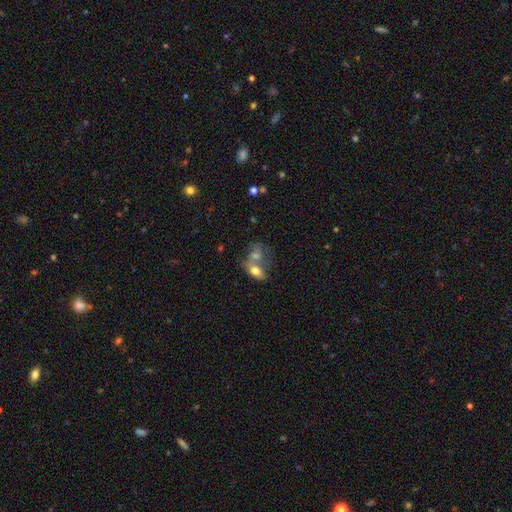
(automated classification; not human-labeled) Overall: smooth (58%; featured or disk 28%). How rounded: in between (74%). Merging: merger (55%; none 28%).